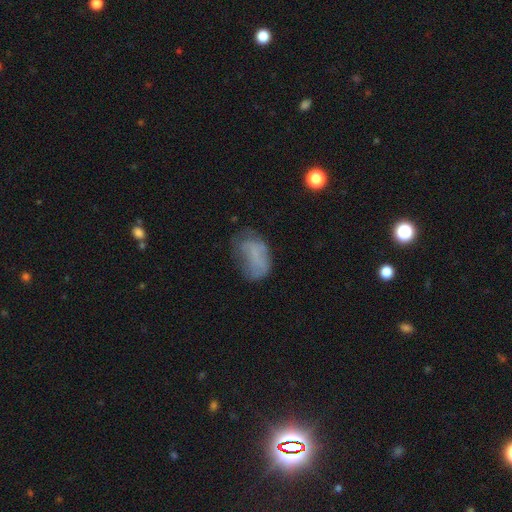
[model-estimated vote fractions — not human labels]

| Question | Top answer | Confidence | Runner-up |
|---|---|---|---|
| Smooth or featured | smooth | 59% | featured or disk (28%) |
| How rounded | in between | 86% | round (12%) |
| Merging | none | 39% | minor disturbance (31%) |